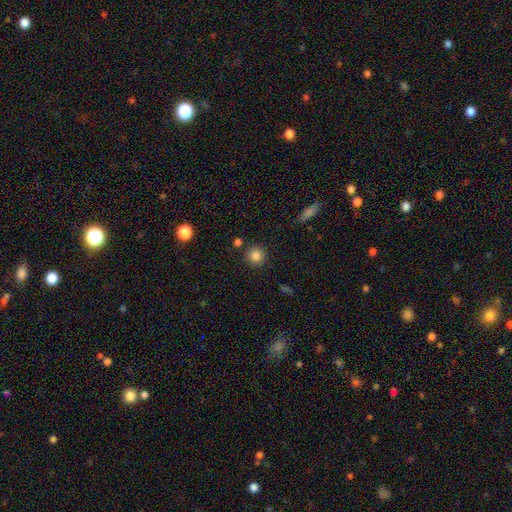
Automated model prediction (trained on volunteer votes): A smooth galaxy with no disk features (84%) that is round (92%).

Vote fractions:
- Smooth or featured? smooth: 84% / star or artifact: 11% / featured or disk: 5%
- How rounded? round: 92% / in between: 7% / cigar-shaped: 1%
- Merging? none: 87% / minor disturbance: 7% / merger: 4% / major disturbance: 2%